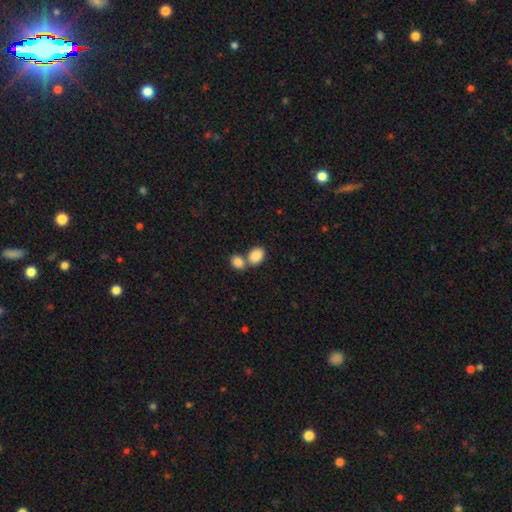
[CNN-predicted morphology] Smooth or featured? smooth (87%)
How rounded? in between (65%)
Merging? merger (51%)